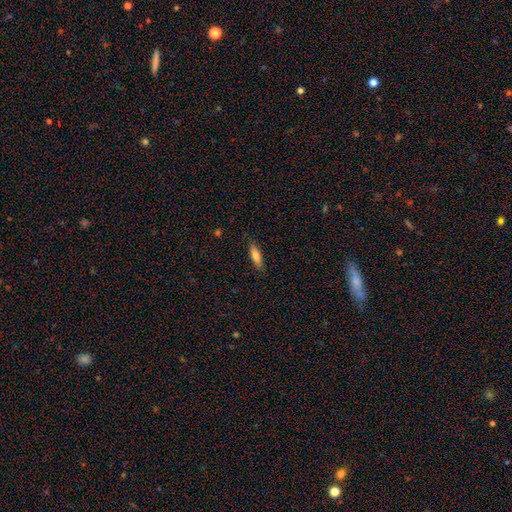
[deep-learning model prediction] Q: Smooth or featured?
A: smooth (75%); runner-up: featured or disk (18%)
Q: How rounded?
A: cigar-shaped (57%); runner-up: in between (41%)
Q: Merging?
A: none (87%); runner-up: minor disturbance (10%)